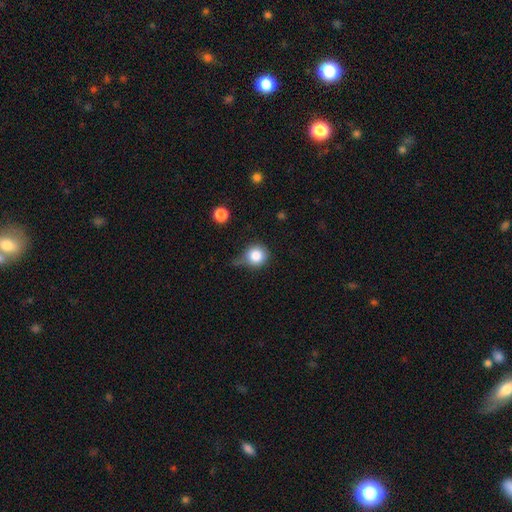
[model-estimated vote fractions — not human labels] A smooth galaxy with no disk features (82%) that is round (91%).

Vote fractions:
- Smooth or featured? smooth: 82% / star or artifact: 10% / featured or disk: 8%
- How rounded? round: 91% / in between: 8% / cigar-shaped: 1%
- Merging? none: 49% / minor disturbance: 33% / major disturbance: 12% / merger: 6%